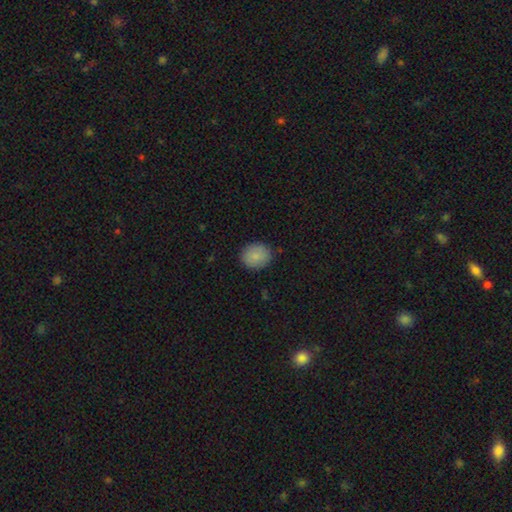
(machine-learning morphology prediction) smooth_or_featured: smooth (p=0.86) [alt: star or artifact p=0.08]
how_rounded: round (p=0.74) [alt: in between p=0.25]
merging: none (p=0.88) [alt: minor disturbance p=0.09]